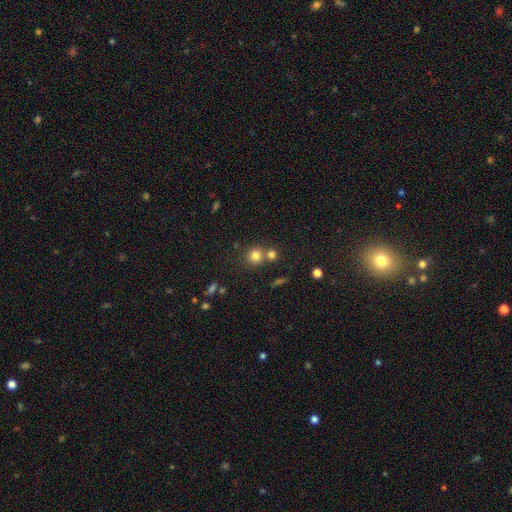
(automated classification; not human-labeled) smooth_or_featured: smooth (p=0.78) [alt: star or artifact p=0.14]
how_rounded: round (p=0.89) [alt: in between p=0.10]
merging: none (p=0.62) [alt: merger p=0.28]